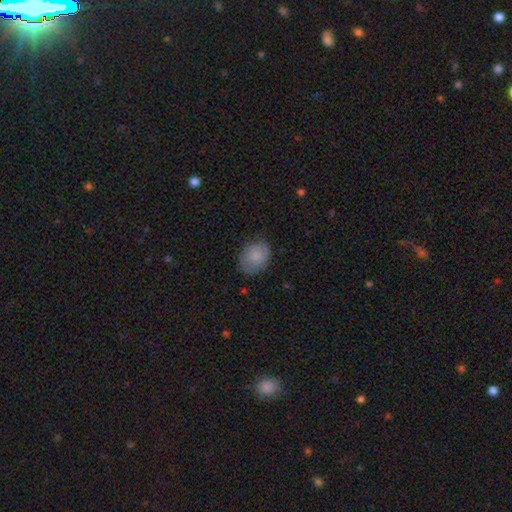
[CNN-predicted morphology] type=smooth (77%); roundness=in between (58%); merging=none (74%).